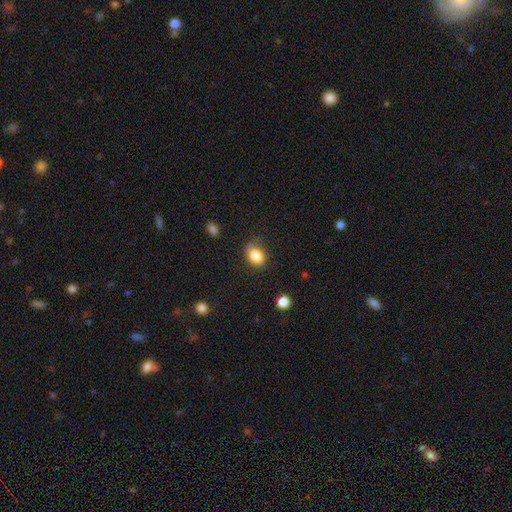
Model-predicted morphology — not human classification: smooth_or_featured: smooth (p=0.85) [alt: star or artifact p=0.09]
how_rounded: in between (p=0.73) [alt: round p=0.26]
merging: none (p=0.69) [alt: minor disturbance p=0.23]